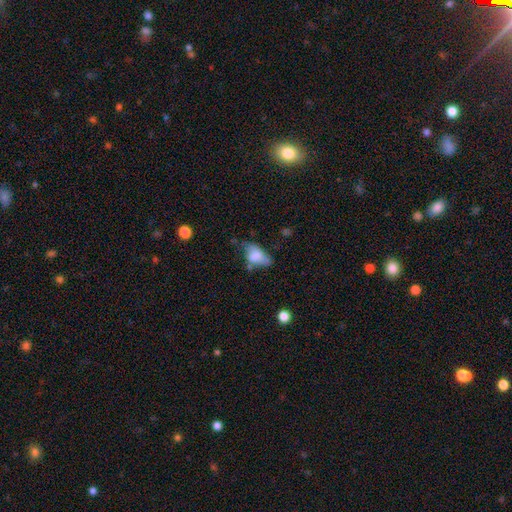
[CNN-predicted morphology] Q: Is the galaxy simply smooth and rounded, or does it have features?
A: smooth — 69%.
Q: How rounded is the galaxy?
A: in between — 88%.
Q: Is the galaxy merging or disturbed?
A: none — 33%.